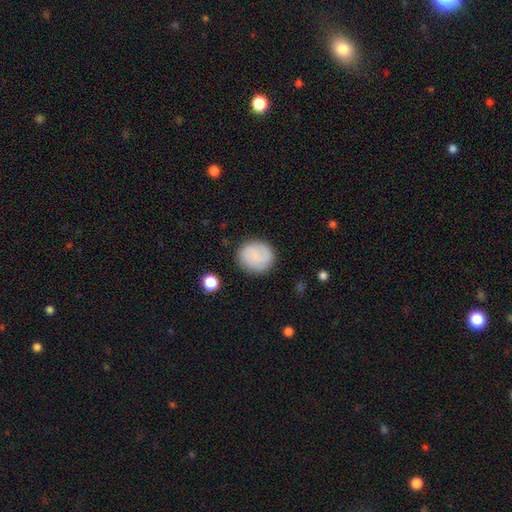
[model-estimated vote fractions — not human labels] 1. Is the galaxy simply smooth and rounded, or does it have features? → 75% smooth, 18% featured or disk, 8% star or artifact.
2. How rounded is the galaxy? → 83% round, 16% in between, 1% cigar-shaped.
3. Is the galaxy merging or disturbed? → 83% none, 11% minor disturbance, 4% major disturbance, 2% merger.